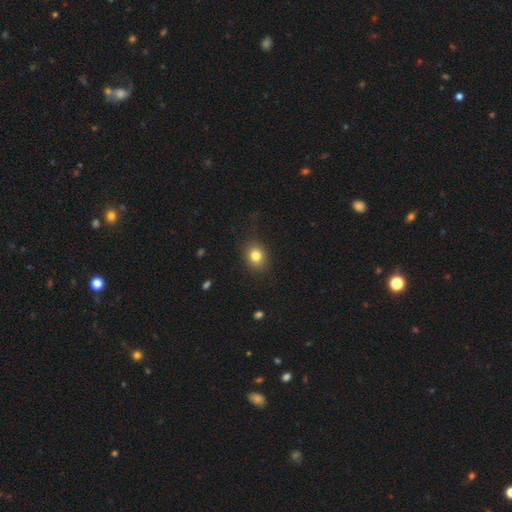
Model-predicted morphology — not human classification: smooth_or_featured: smooth (p=0.80) [alt: star or artifact p=0.11]
how_rounded: round (p=0.59) [alt: in between p=0.40]
merging: none (p=0.85) [alt: minor disturbance p=0.11]